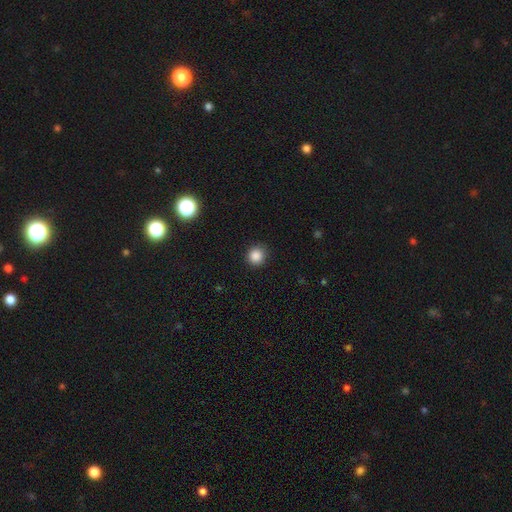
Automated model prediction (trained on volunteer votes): smooth_or_featured: smooth (p=0.86) [alt: star or artifact p=0.11]
how_rounded: round (p=0.91) [alt: in between p=0.08]
merging: none (p=0.89) [alt: minor disturbance p=0.07]